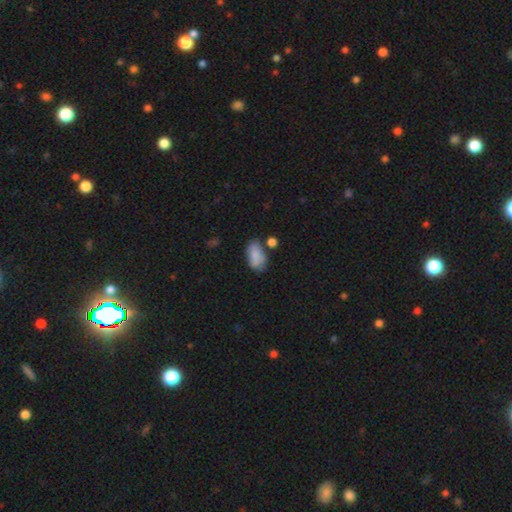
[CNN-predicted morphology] Smooth or featured? smooth (80%)
How rounded? in between (92%)
Merging? none (53%)